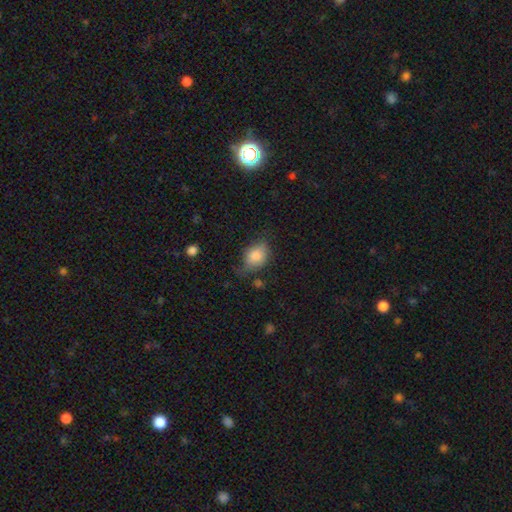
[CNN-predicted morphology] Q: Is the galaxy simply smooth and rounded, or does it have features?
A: smooth — 81%.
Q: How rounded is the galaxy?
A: in between — 75%.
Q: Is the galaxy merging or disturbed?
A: none — 52%.